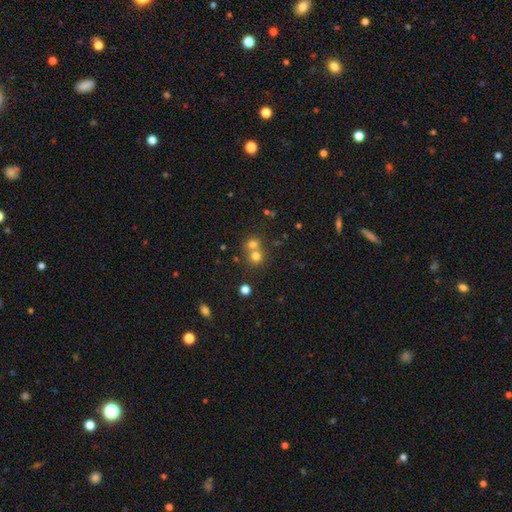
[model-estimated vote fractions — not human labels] Smooth or featured?
  - smooth: 72% *
  - star or artifact: 16%
  - featured or disk: 12%
How rounded?
  - round: 84% *
  - in between: 15%
  - cigar-shaped: 1%
Merging?
  - merger: 53% *
  - none: 40%
  - minor disturbance: 5%
  - major disturbance: 2%